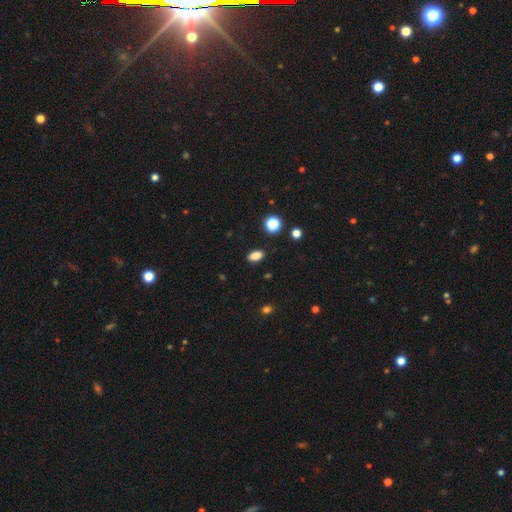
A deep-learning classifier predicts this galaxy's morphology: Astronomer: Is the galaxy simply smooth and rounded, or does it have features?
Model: smooth — 84%.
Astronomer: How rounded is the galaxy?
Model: in between — 86%.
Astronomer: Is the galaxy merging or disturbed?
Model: none — 88%.